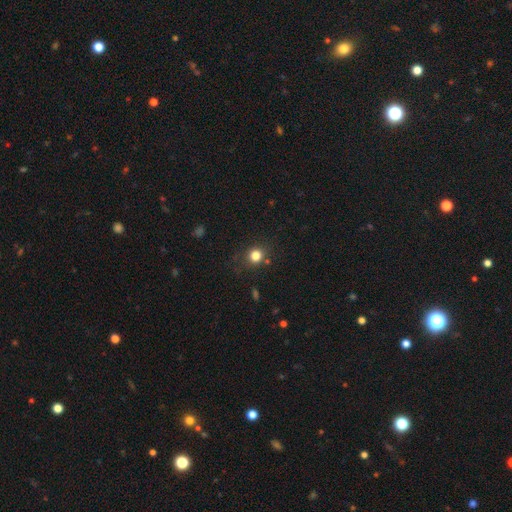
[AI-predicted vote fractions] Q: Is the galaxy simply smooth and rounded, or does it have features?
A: smooth — 80%.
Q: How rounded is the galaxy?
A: round — 83%.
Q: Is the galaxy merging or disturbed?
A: none — 81%.